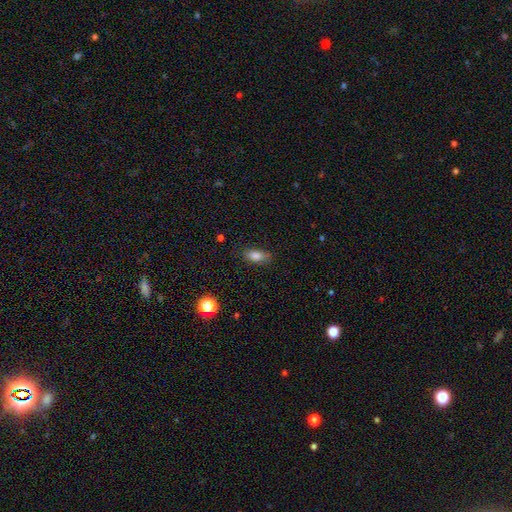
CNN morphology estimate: smooth-or-featured: smooth: 83% | star or artifact: 10% | featured or disk: 7%
  how-rounded: in between: 83% | cigar-shaped: 10% | round: 6%
  merging: none: 81% | minor disturbance: 14% | major disturbance: 3% | merger: 1%